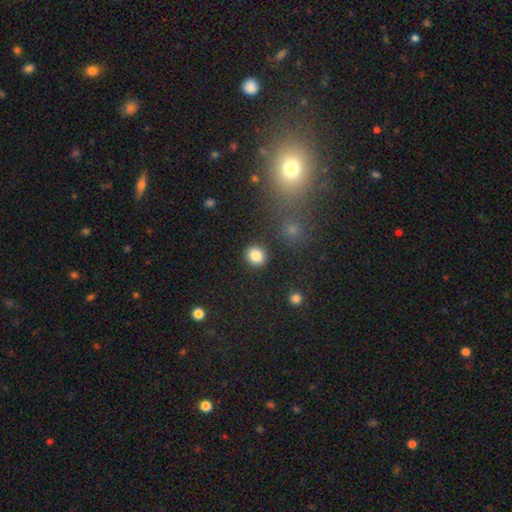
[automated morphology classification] Overall: smooth (84%). How rounded: round (76%). Merging: none (89%).